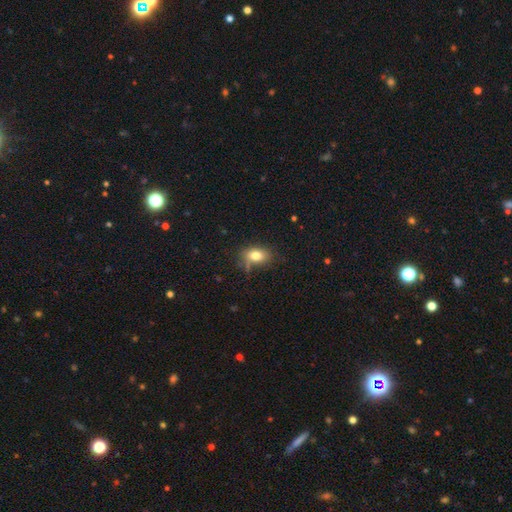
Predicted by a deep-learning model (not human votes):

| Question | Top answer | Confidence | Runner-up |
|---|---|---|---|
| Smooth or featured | smooth | 80% | featured or disk (10%) |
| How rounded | in between | 79% | round (19%) |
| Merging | none | 64% | minor disturbance (24%) |